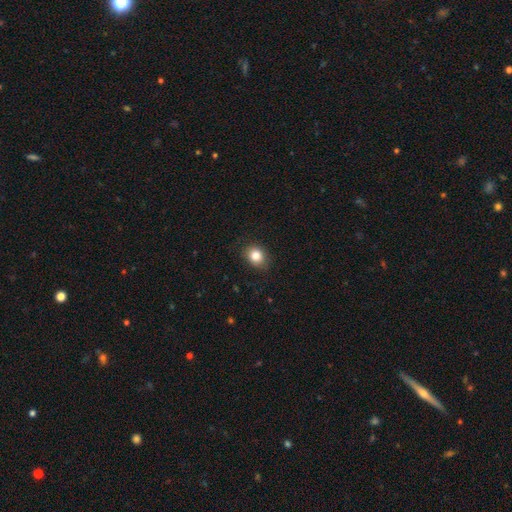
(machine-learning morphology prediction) Smooth or featured?
  - smooth: 83% *
  - star or artifact: 10%
  - featured or disk: 7%
How rounded?
  - round: 57% *
  - in between: 42%
  - cigar-shaped: 1%
Merging?
  - none: 85% *
  - minor disturbance: 11%
  - major disturbance: 3%
  - merger: 1%